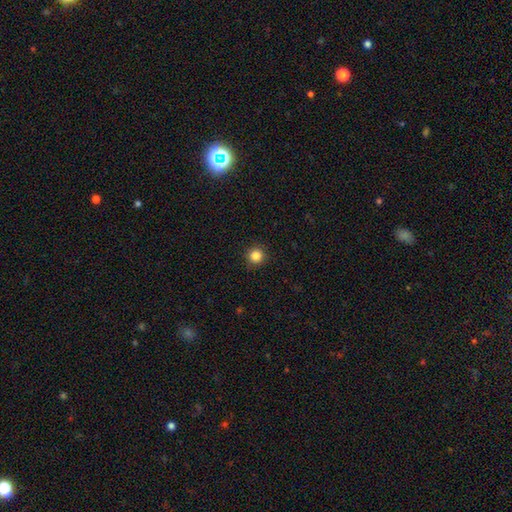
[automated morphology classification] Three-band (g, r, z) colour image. It shows a smooth galaxy with no disk features (85%) that is round (95%). Merging: none (92%).